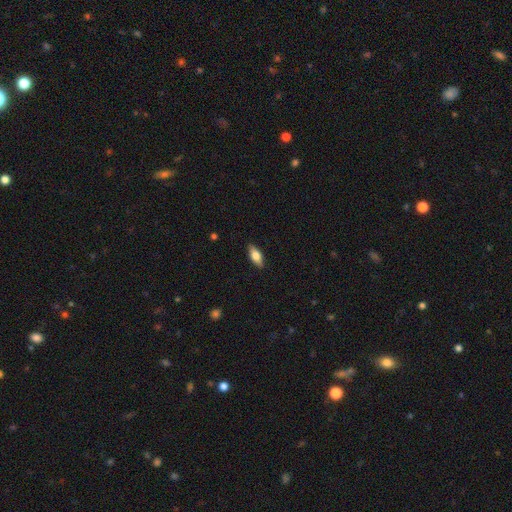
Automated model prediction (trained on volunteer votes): Q: Smooth or featured?
A: smooth (67%); runner-up: featured or disk (27%)
Q: How rounded?
A: in between (79%); runner-up: cigar-shaped (18%)
Q: Merging?
A: none (88%); runner-up: minor disturbance (9%)